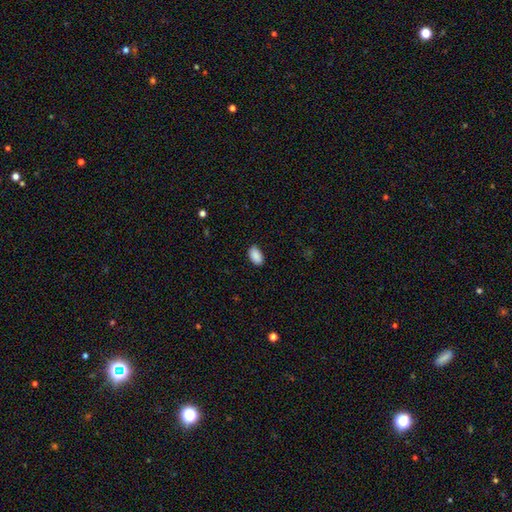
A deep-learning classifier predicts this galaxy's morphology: smooth_or_featured: smooth (p=0.90) [alt: star or artifact p=0.07]
how_rounded: in between (p=0.94) [alt: round p=0.05]
merging: none (p=0.87) [alt: minor disturbance p=0.10]